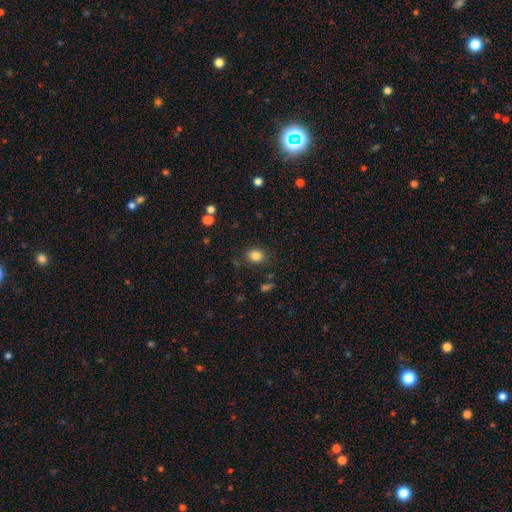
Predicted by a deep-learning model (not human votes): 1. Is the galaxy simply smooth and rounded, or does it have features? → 84% smooth, 11% star or artifact, 5% featured or disk.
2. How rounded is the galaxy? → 59% round, 40% in between, 1% cigar-shaped.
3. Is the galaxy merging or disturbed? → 80% none, 13% minor disturbance, 4% major disturbance, 3% merger.